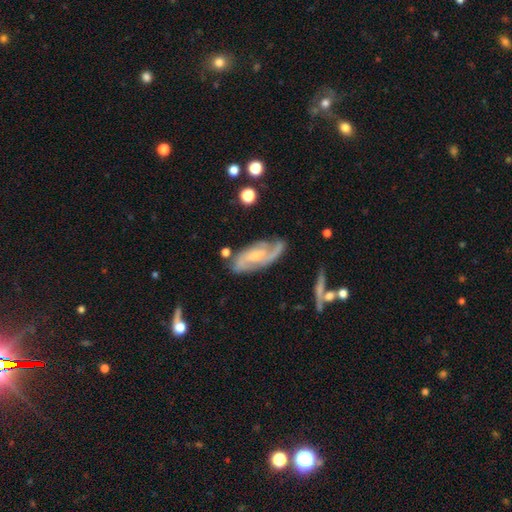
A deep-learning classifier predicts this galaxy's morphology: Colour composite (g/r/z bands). It shows a featured or disk galaxy (79%) with no bar (53%), 2 (64%) medium (46%) spiral arms (94%) and a small central bulge (48%). Merging: none (66%).